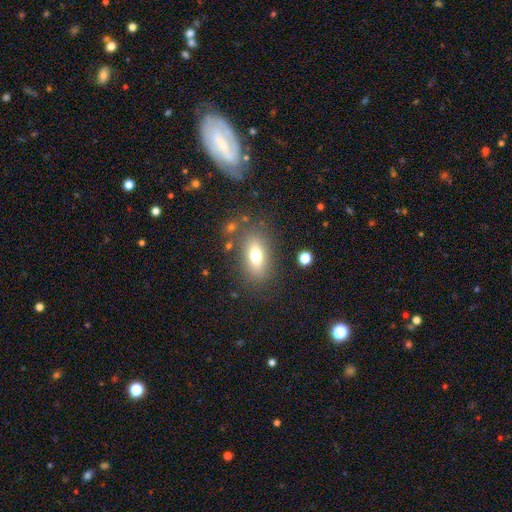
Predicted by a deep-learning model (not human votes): A smooth galaxy with no disk features (70%) that is in between round and cigar-shaped (80%).

Vote fractions:
- Smooth or featured? smooth: 70% / featured or disk: 20% / star or artifact: 11%
- How rounded? in between: 80% / round: 10% / cigar-shaped: 10%
- Merging? none: 78% / minor disturbance: 12% / major disturbance: 6% / merger: 4%